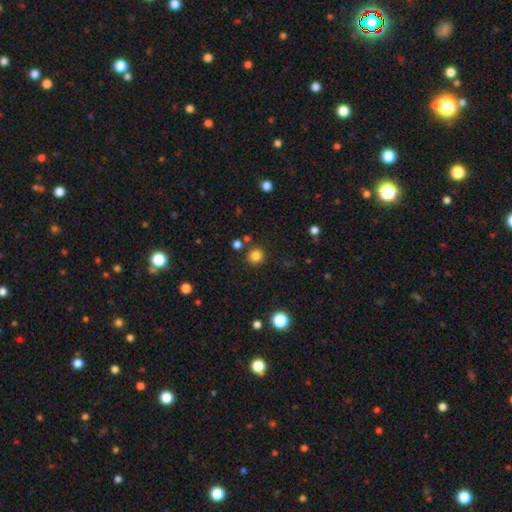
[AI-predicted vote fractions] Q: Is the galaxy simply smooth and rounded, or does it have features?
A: smooth — 83%.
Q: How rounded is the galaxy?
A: round — 91%.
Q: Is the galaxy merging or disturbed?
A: none — 86%.